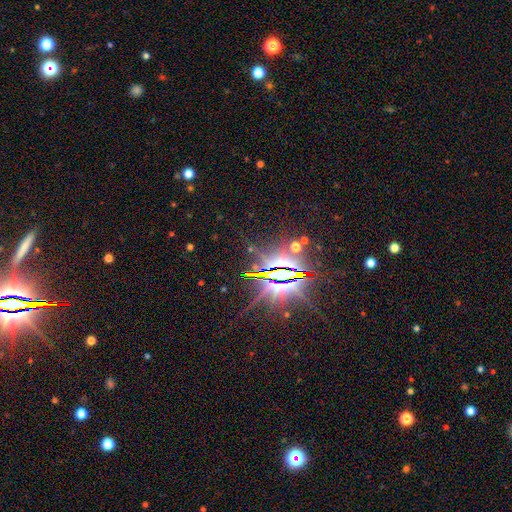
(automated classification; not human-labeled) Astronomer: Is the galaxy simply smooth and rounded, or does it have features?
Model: star or artifact — 85%.